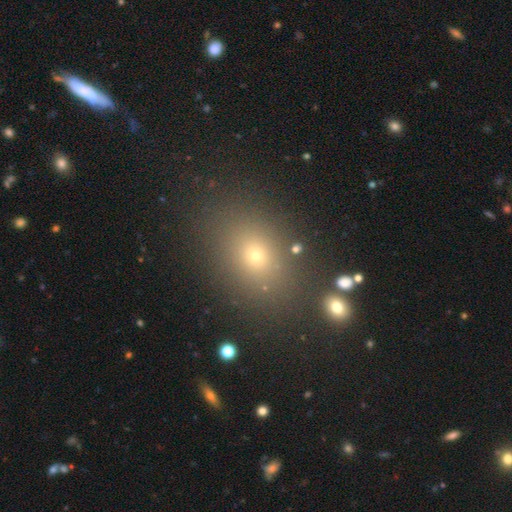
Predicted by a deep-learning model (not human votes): smooth_or_featured: smooth (p=0.69) [alt: star or artifact p=0.20]
how_rounded: in between (p=0.64) [alt: round p=0.34]
merging: none (p=0.81) [alt: minor disturbance p=0.11]